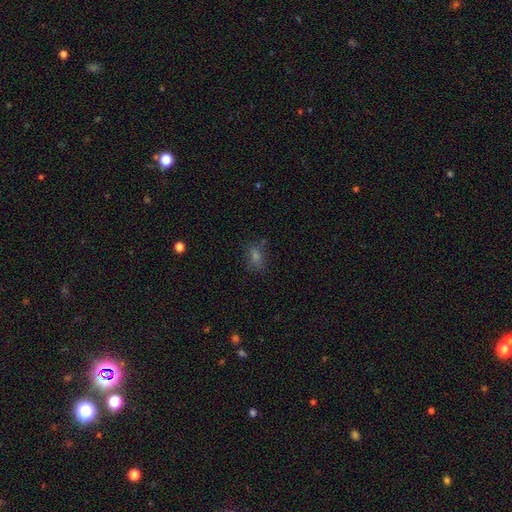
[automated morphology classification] Smooth or featured?
  - smooth: 55% *
  - star or artifact: 31%
  - featured or disk: 14%
How rounded?
  - in between: 57% *
  - round: 40%
  - cigar-shaped: 3%
Merging?
  - none: 77% *
  - minor disturbance: 15%
  - major disturbance: 6%
  - merger: 3%